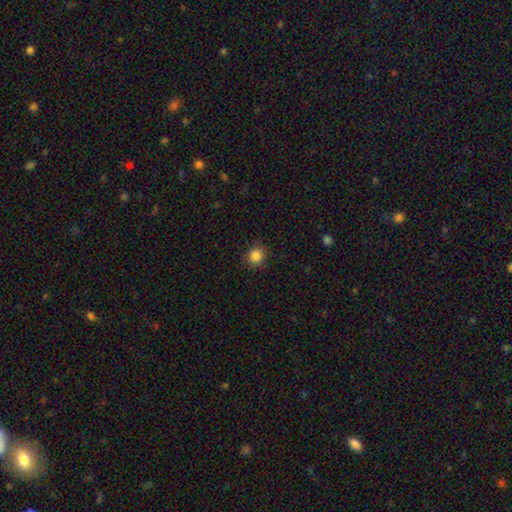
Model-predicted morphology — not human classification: smooth-or-featured: smooth: 86% | star or artifact: 11% | featured or disk: 4%
  how-rounded: round: 82% | in between: 17% | cigar-shaped: 1%
  merging: none: 87% | minor disturbance: 9% | major disturbance: 3% | merger: 1%